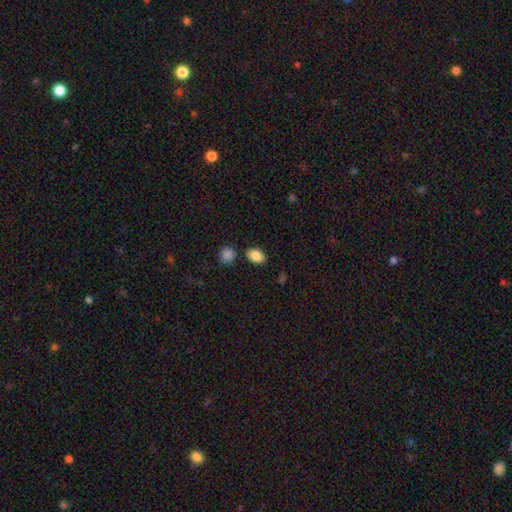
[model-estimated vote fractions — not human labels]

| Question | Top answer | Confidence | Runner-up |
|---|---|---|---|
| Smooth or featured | smooth | 87% | star or artifact (8%) |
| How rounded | in between | 83% | round (15%) |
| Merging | none | 83% | minor disturbance (10%) |